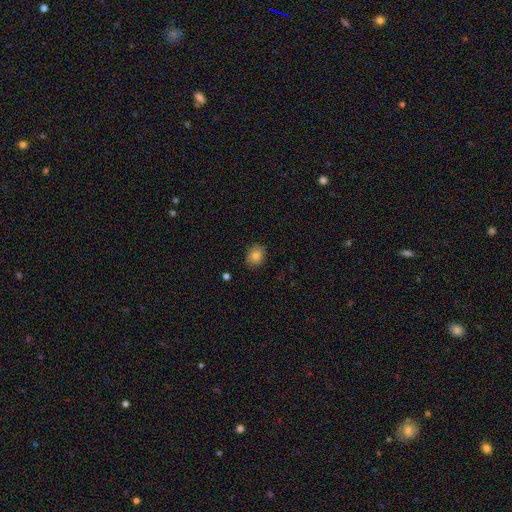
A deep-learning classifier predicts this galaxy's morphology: Smooth or featured? smooth (80%)
How rounded? round (57%)
Merging? none (85%)